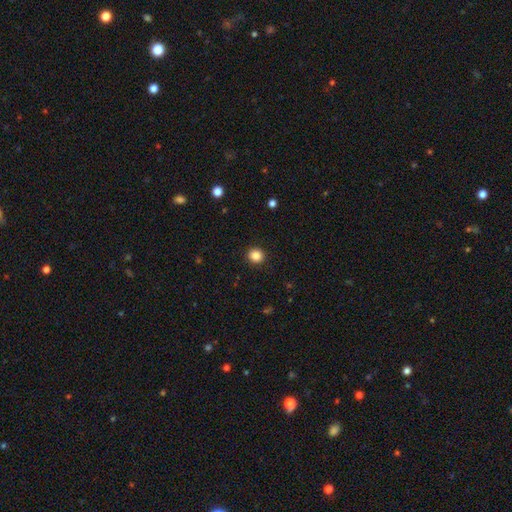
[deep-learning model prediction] smooth_or_featured: smooth (p=0.86) [alt: star or artifact p=0.11]
how_rounded: round (p=0.90) [alt: in between p=0.09]
merging: none (p=0.92) [alt: minor disturbance p=0.05]